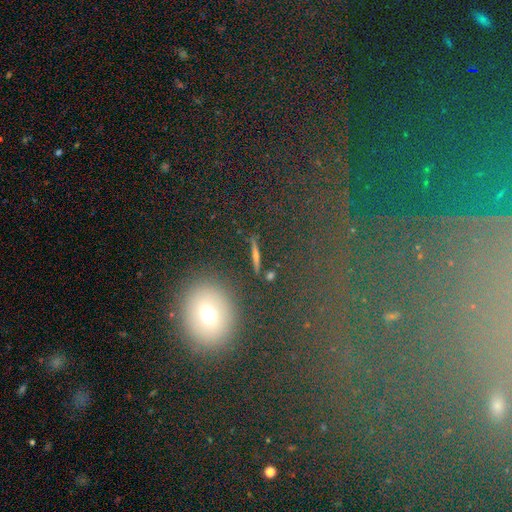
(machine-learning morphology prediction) A smooth galaxy with no disk features (39%). Merging: none (88%).